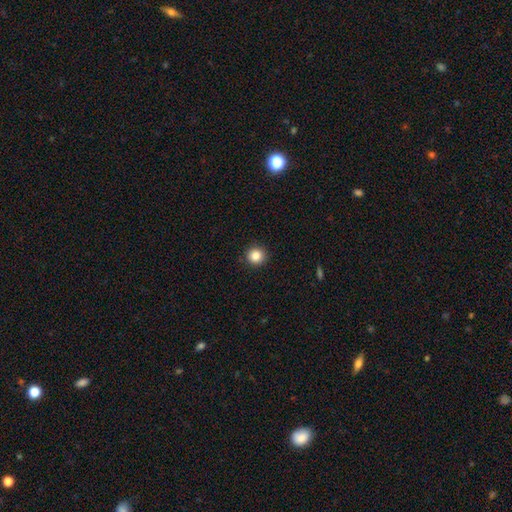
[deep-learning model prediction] This appears to be a smooth galaxy with no disk features (85%) that is round (93%). Merging: none (92%).